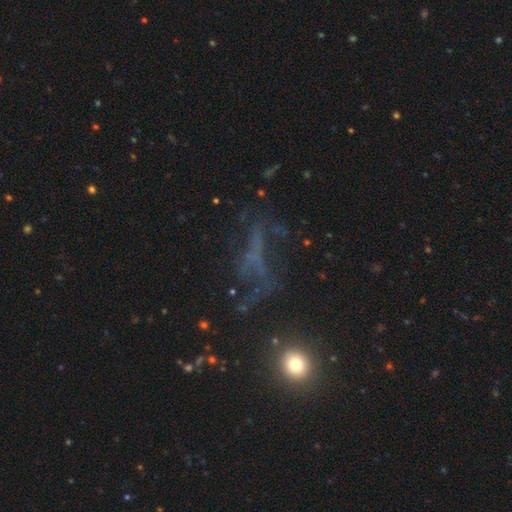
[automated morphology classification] This appears to be a featured or disk galaxy (39%). Merging: none (48%).